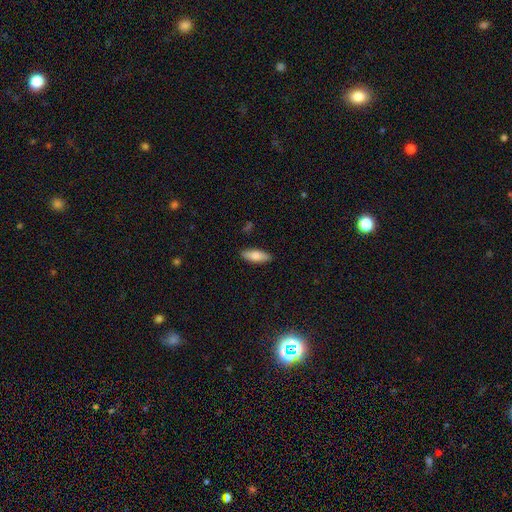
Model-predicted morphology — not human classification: Smooth or featured? Predicted: smooth (p=0.79). How rounded? Predicted: in between (p=0.65). Merging? Predicted: none (p=0.88).